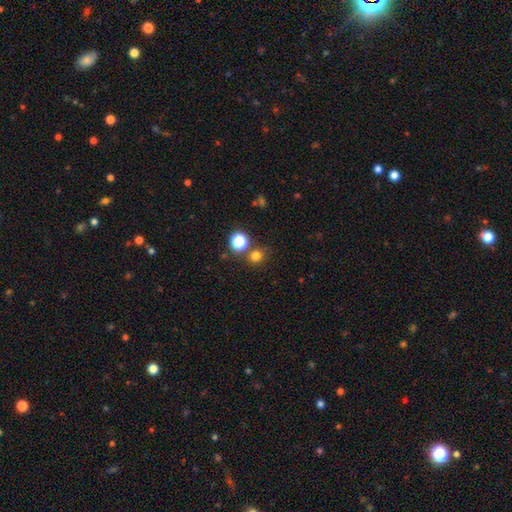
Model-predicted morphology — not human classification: smooth 74%, star or artifact 20%, featured or disk 6%. Down the decision tree: how rounded — round (88%); merging — none (75%).